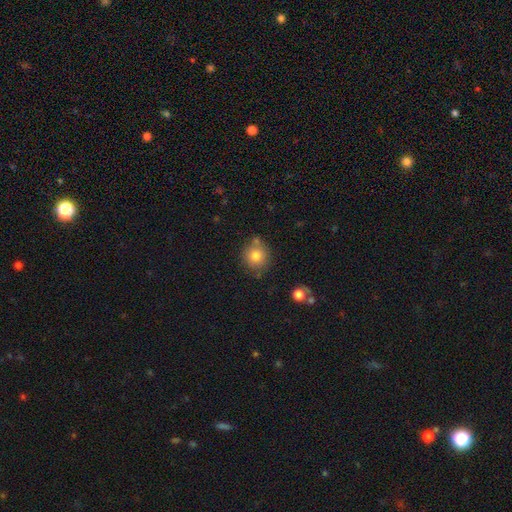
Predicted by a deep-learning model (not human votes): Q: Smooth or featured?
A: smooth (81%); runner-up: star or artifact (10%)
Q: How rounded?
A: round (86%); runner-up: in between (13%)
Q: Merging?
A: none (72%); runner-up: minor disturbance (14%)